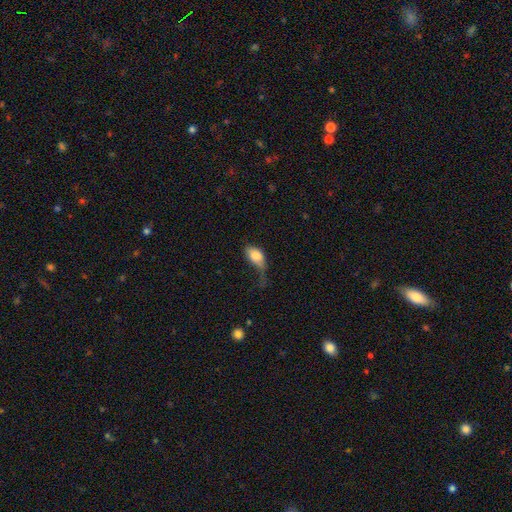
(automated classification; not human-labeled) smooth-or-featured: smooth: 78% | featured or disk: 15% | star or artifact: 7%
  how-rounded: in between: 89% | round: 8% | cigar-shaped: 4%
  merging: major disturbance: 47% | minor disturbance: 29% | none: 19% | merger: 5%